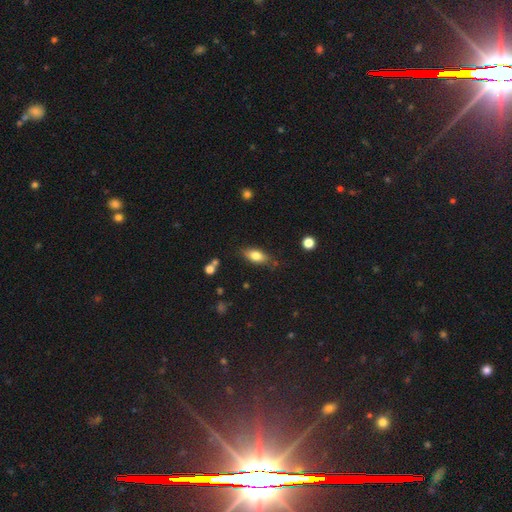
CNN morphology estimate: A smooth galaxy with no disk features (76%) that is in between round and cigar-shaped (83%). Merging: none (75%).